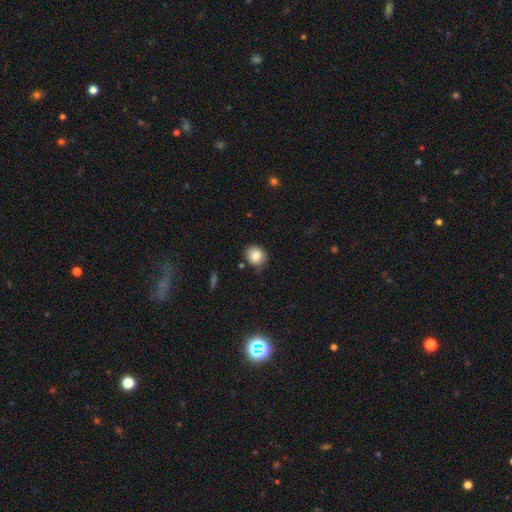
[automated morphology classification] Smooth or featured? smooth (83%)
How rounded? round (73%)
Merging? none (78%)